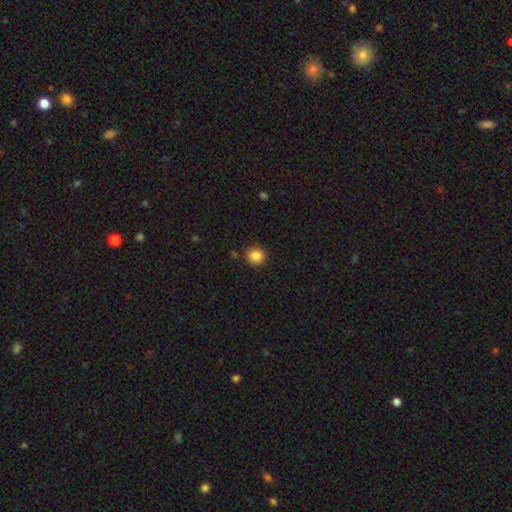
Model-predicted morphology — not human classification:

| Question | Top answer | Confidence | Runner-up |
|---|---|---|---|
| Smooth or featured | smooth | 86% | star or artifact (10%) |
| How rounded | round | 93% | in between (6%) |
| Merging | none | 88% | minor disturbance (8%) |